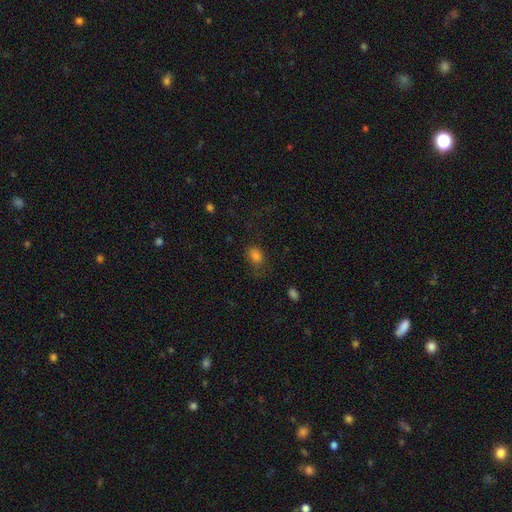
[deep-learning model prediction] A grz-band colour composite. It shows a smooth galaxy with no disk features (79%) that is in between round and cigar-shaped (67%). Merging: none (62%).